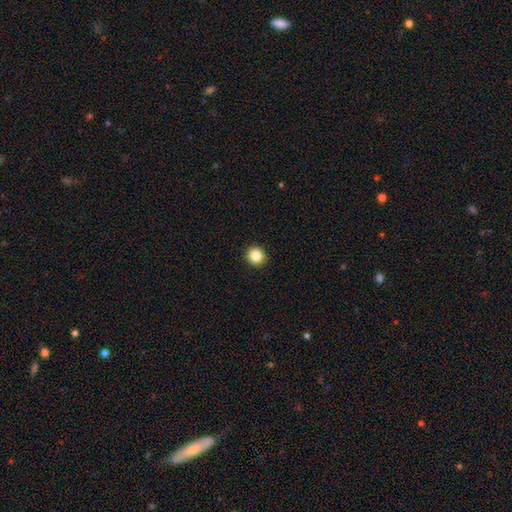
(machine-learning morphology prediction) The model was most divided on "smooth or featured": smooth: 86%, star or artifact: 10%, featured or disk: 4%. More confident: merging — none (93%); how rounded — round (93%).